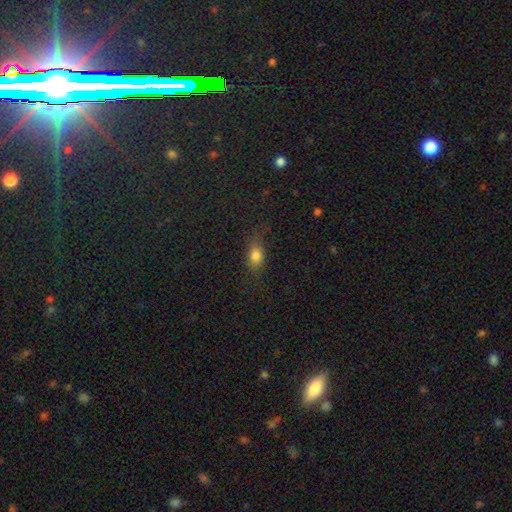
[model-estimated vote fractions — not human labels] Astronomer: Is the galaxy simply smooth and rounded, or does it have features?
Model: smooth — 80%.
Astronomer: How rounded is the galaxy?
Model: in between — 75%.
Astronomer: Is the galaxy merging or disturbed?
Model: none — 69%.